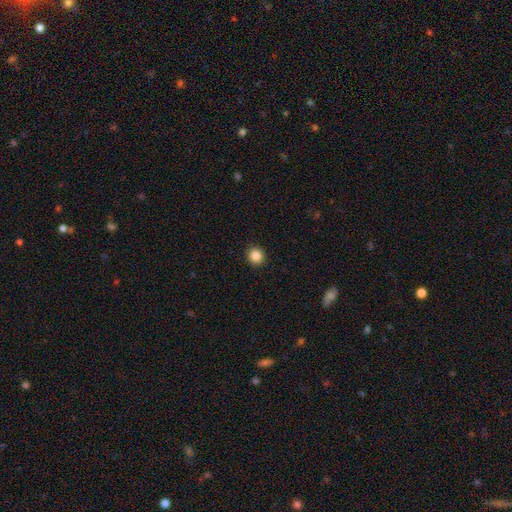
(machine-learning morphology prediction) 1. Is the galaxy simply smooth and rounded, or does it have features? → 86% smooth, 10% star or artifact, 4% featured or disk.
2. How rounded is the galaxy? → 89% round, 10% in between, 1% cigar-shaped.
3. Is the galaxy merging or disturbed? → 93% none, 5% minor disturbance, 2% major disturbance, 1% merger.